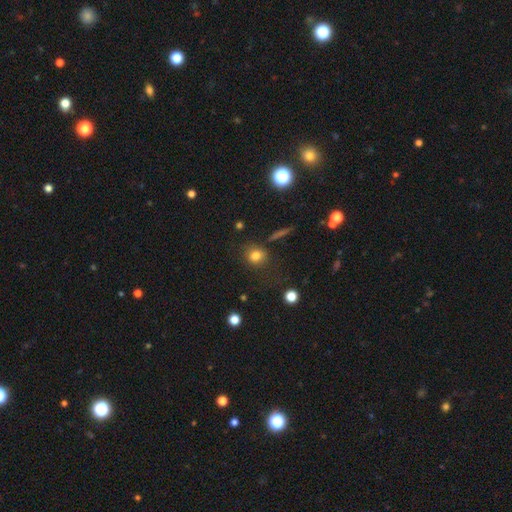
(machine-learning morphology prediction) Overall: smooth (79%). How rounded: round (76%). Merging: none (77%).